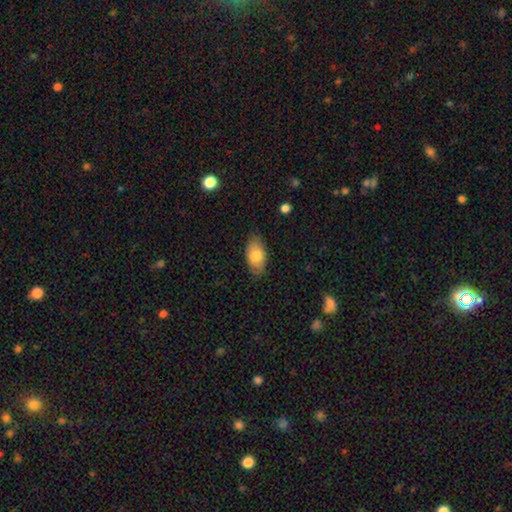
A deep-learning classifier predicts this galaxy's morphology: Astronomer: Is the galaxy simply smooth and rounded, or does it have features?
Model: smooth — 80%.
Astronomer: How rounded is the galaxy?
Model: in between — 93%.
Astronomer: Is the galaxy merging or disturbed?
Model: none — 81%.